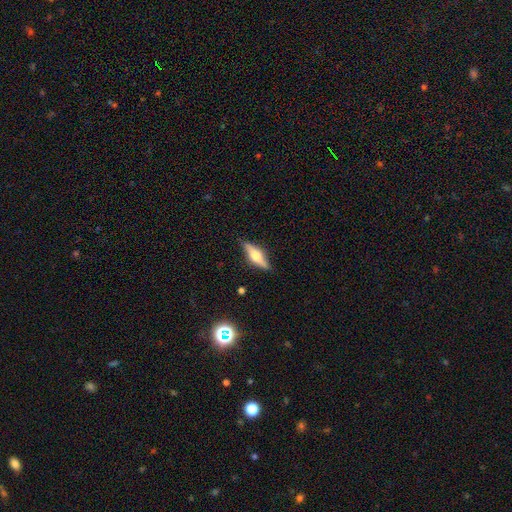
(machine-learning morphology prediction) This is likely a featured or disk galaxy (61%). It is clearly viewed edge-on (93%). Edge-on bulge: clearly rounded (90%). Merging: clearly none (84%).